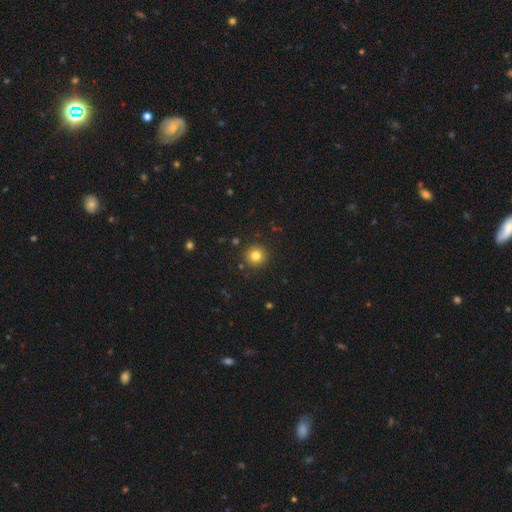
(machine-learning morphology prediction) Overall: smooth (80%). How rounded: round (95%). Merging: none (91%).